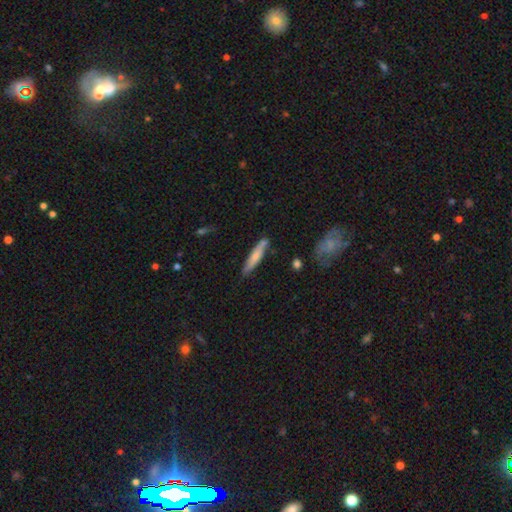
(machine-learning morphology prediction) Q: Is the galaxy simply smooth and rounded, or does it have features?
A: smooth — 61%.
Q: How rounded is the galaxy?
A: cigar-shaped — 89%.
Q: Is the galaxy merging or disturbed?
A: none — 77%.